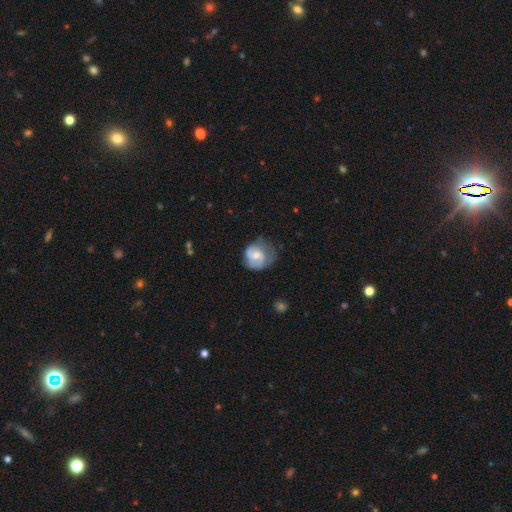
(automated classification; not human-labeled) smooth_or_featured: featured or disk (p=0.49) [alt: smooth p=0.44]
merging: none (p=0.45) [alt: minor disturbance p=0.32]